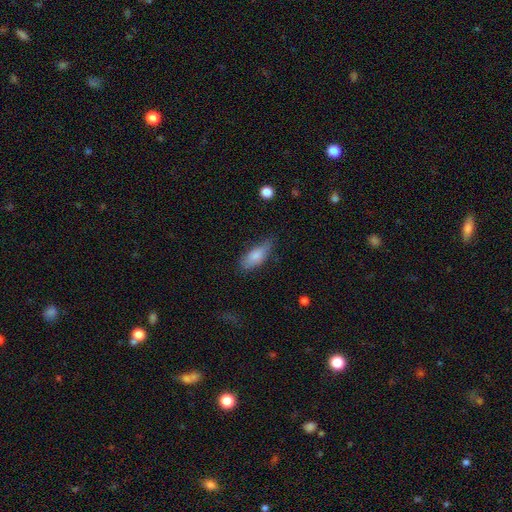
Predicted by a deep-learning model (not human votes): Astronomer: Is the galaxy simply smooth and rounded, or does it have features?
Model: smooth — 79%.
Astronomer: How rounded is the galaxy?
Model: in between — 75%.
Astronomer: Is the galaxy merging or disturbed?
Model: none — 59%.